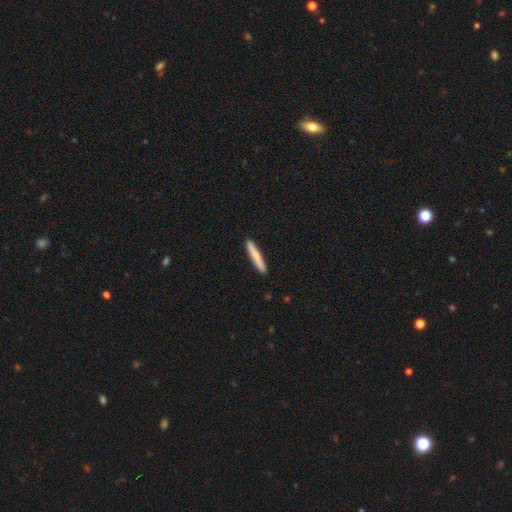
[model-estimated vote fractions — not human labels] Smooth or featured: smooth — 79% (featured or disk — 15%)
How rounded: cigar-shaped — 95% (in between — 4%)
Merging: none — 92% (minor disturbance — 6%)